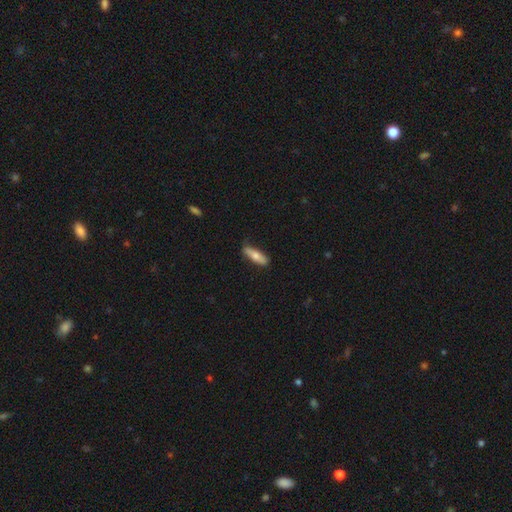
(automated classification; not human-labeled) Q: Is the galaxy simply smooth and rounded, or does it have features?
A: smooth — 66%.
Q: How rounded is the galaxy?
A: cigar-shaped — 63%.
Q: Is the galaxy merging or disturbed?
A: none — 78%.